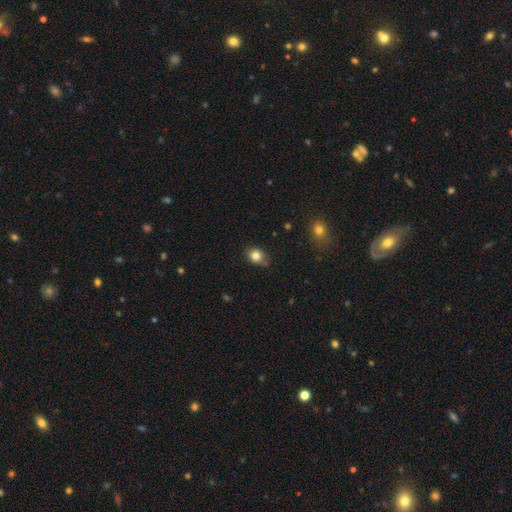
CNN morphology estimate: Overall: smooth (81%). How rounded: round (50%; in between 49%). Merging: none (71%).